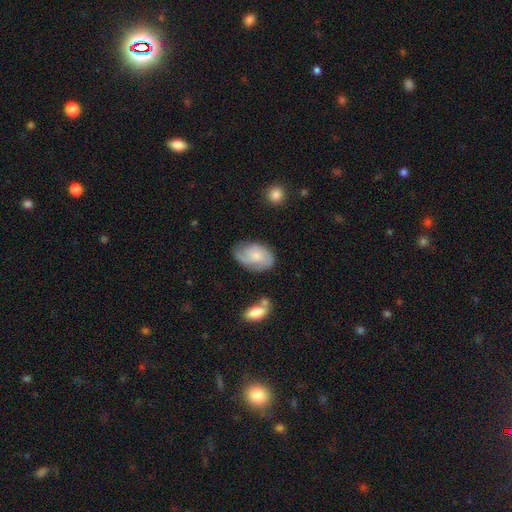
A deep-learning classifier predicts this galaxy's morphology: Overall: featured or disk (56%; smooth 37%). Edge-on disk: no (96%). Bar: no (70%). Spiral arms: yes (89%). Bulge size: small (47%; moderate 36%). Merging: none (64%; minor disturbance 25%).